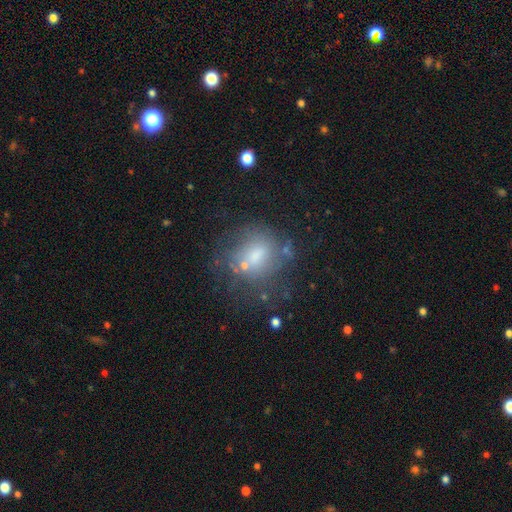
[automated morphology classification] Overall: smooth (54%; featured or disk 32%). How rounded: round (60%; in between 38%). Merging: none (53%; minor disturbance 22%).